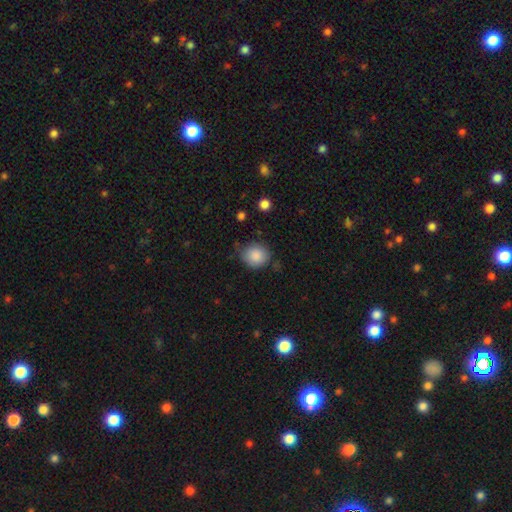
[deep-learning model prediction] Morphology: type=smooth (87%); roundness=round (81%); merging=none (72%).